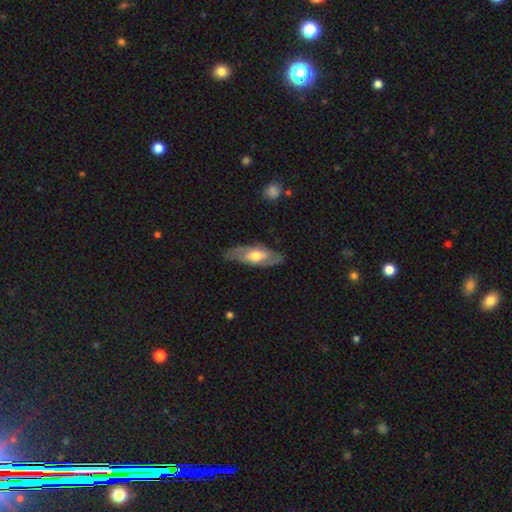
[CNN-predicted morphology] This appears to be a featured or disk galaxy (55%). Merging: none (75%).